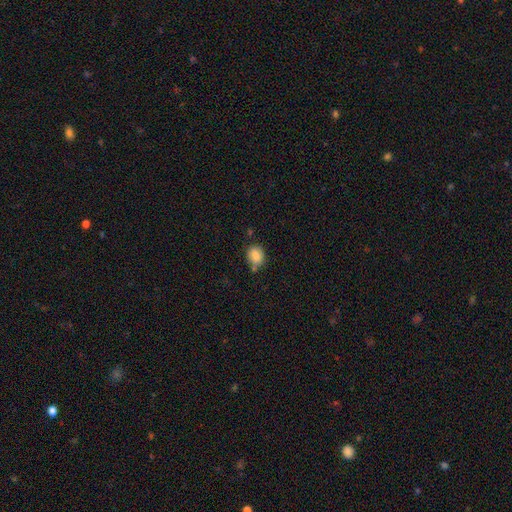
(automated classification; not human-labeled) A smooth galaxy with no disk features (85%) that is round (53%). Merging: none (66%).